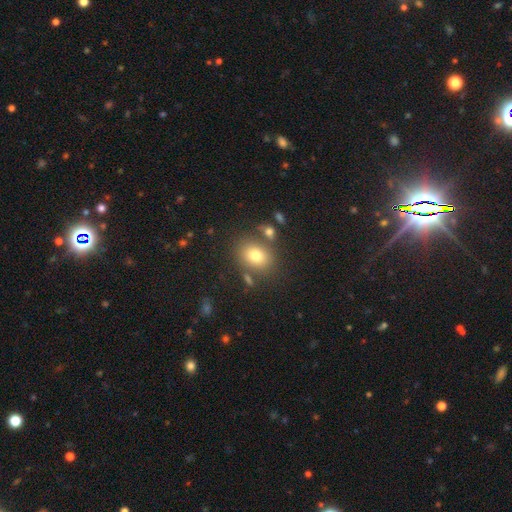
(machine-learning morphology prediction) Smooth or featured? smooth (76%)
How rounded? in between (53%)
Merging? none (75%)